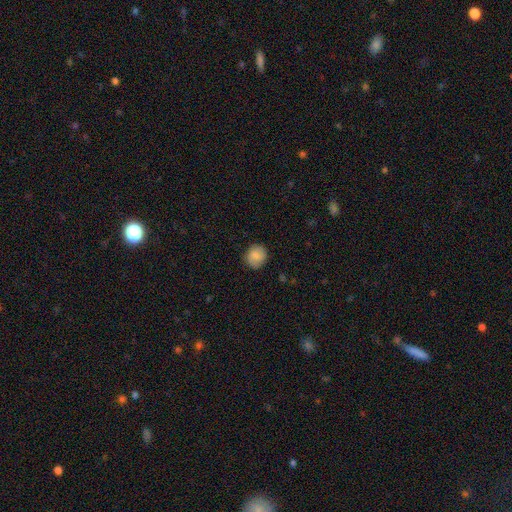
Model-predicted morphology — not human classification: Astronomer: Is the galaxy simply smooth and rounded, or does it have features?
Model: smooth — 82%.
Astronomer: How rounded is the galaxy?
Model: round — 83%.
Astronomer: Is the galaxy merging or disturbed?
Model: none — 85%.